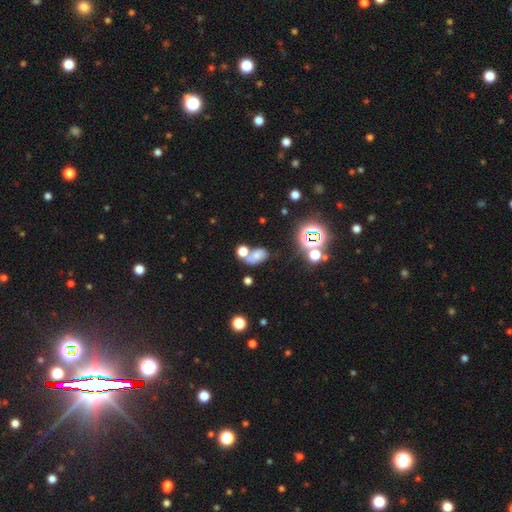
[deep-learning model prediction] A smooth galaxy with no disk features (58%) that is in between round and cigar-shaped (79%).

Vote fractions:
- Smooth or featured? smooth: 58% / star or artifact: 23% / featured or disk: 19%
- How rounded? in between: 79% / round: 19% / cigar-shaped: 2%
- Merging? merger: 41% / none: 35% / minor disturbance: 15% / major disturbance: 10%